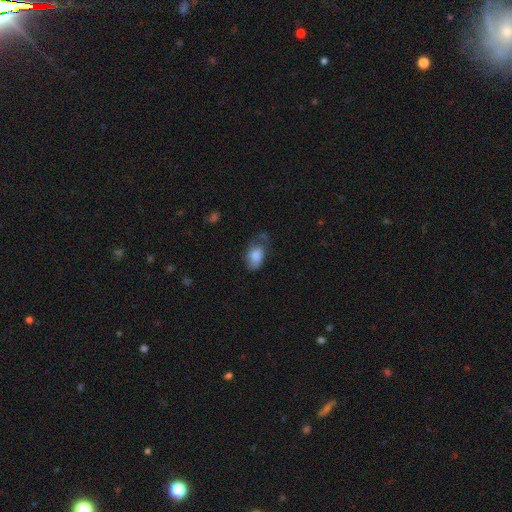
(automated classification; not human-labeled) A smooth galaxy with no disk features (74%) that is in between round and cigar-shaped (89%).

Vote fractions:
- Smooth or featured? smooth: 74% / featured or disk: 19% / star or artifact: 8%
- How rounded? in between: 89% / round: 10% / cigar-shaped: 2%
- Merging? none: 38% / minor disturbance: 34% / major disturbance: 25% / merger: 4%